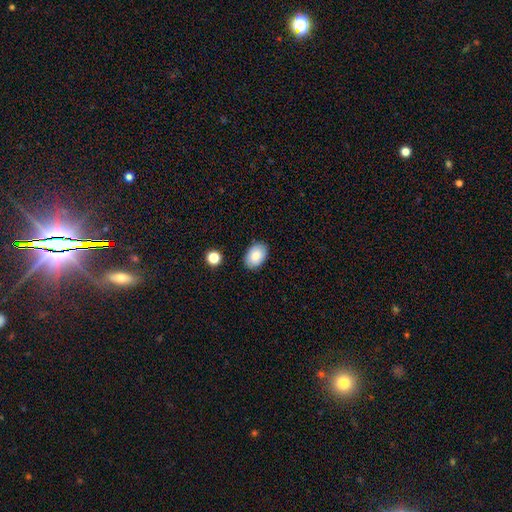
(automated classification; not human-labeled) This is clearly a smooth galaxy (82%). How rounded: clearly in between (86%). Merging: clearly none (86%).